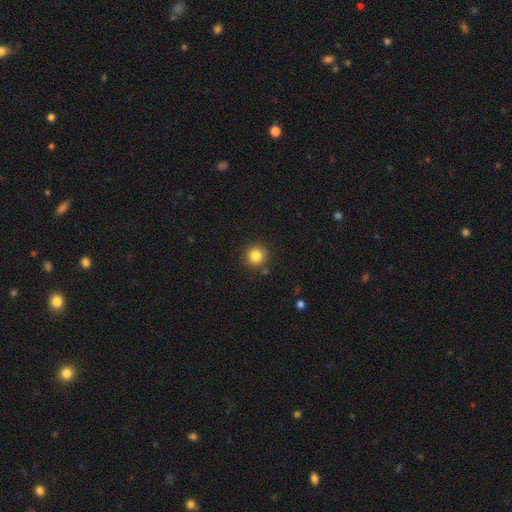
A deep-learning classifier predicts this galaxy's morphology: Q: Smooth or featured?
A: smooth (84%); runner-up: star or artifact (11%)
Q: How rounded?
A: round (94%); runner-up: in between (5%)
Q: Merging?
A: none (87%); runner-up: minor disturbance (8%)